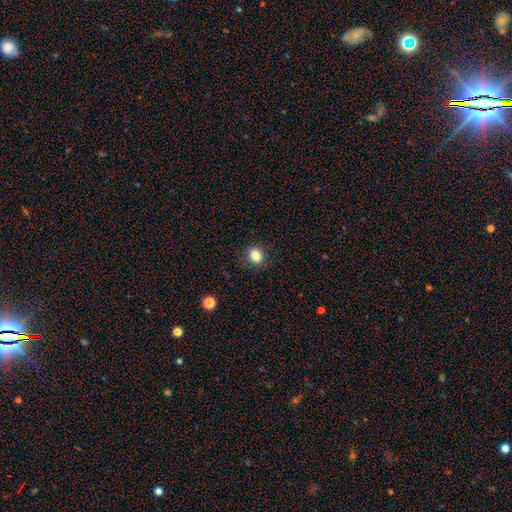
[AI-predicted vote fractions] smooth-or-featured: smooth: 83% | star or artifact: 11% | featured or disk: 6%
  how-rounded: round: 59% | in between: 41% | cigar-shaped: 1%
  merging: none: 87% | minor disturbance: 9% | major disturbance: 3% | merger: 1%